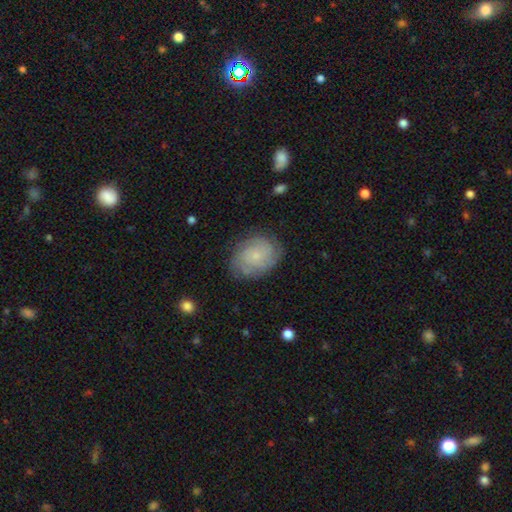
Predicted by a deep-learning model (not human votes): featured or disk 50%, smooth 42%, star or artifact 8%. Down the decision tree: merging — none (76%).